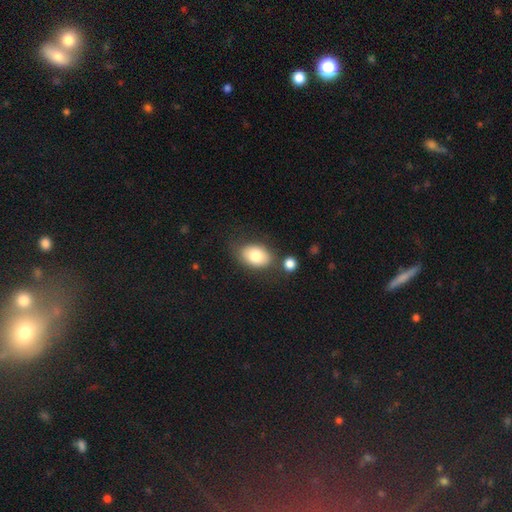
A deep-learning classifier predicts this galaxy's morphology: Smooth or featured?
  - smooth: 80% *
  - featured or disk: 12%
  - star or artifact: 7%
How rounded?
  - in between: 84% *
  - round: 14%
  - cigar-shaped: 1%
Merging?
  - none: 69% *
  - minor disturbance: 17%
  - merger: 9%
  - major disturbance: 5%